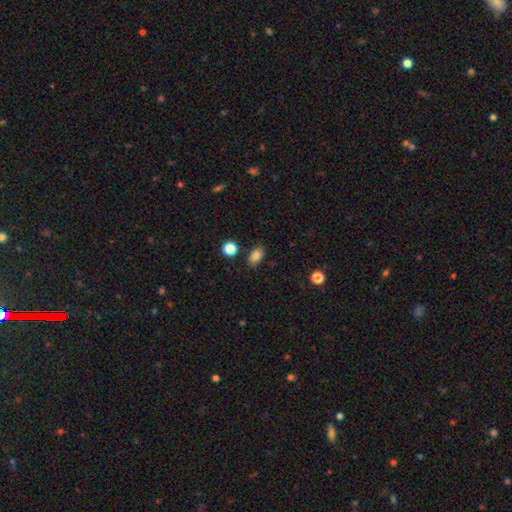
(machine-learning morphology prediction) This is clearly a smooth galaxy (84%). How rounded: clearly in between (86%). Merging: clearly none (83%).